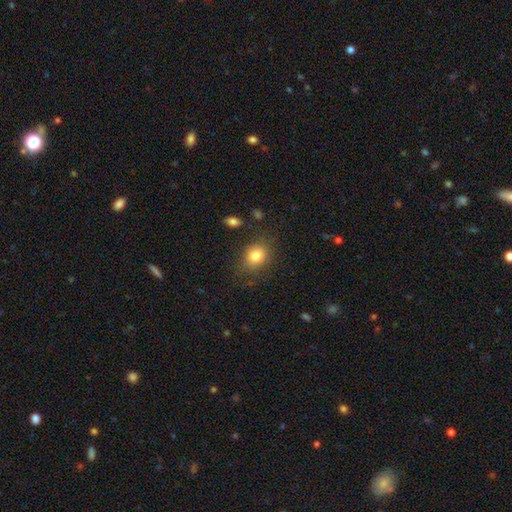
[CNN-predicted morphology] Smooth or featured: smooth — 81% (star or artifact — 10%)
How rounded: round — 52% (in between — 47%)
Merging: none — 77% (minor disturbance — 15%)